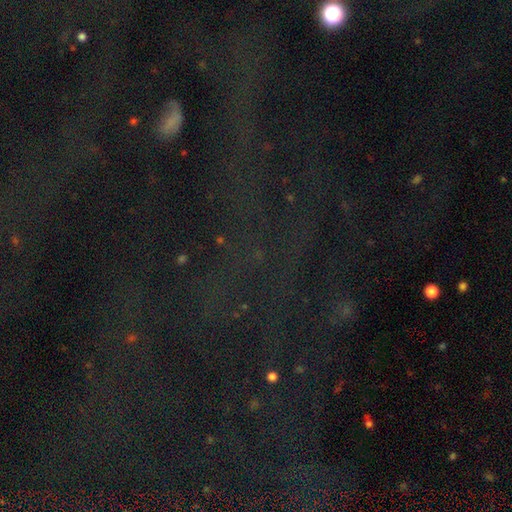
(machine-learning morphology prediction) This appears to be a star or artifact, not a galaxy (75%).